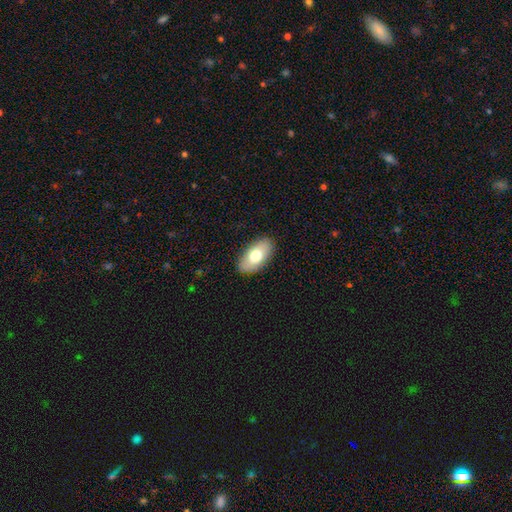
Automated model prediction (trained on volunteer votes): smooth 74%, featured or disk 20%, star or artifact 6%. Down the decision tree: how rounded — in between (93%); merging — none (88%).